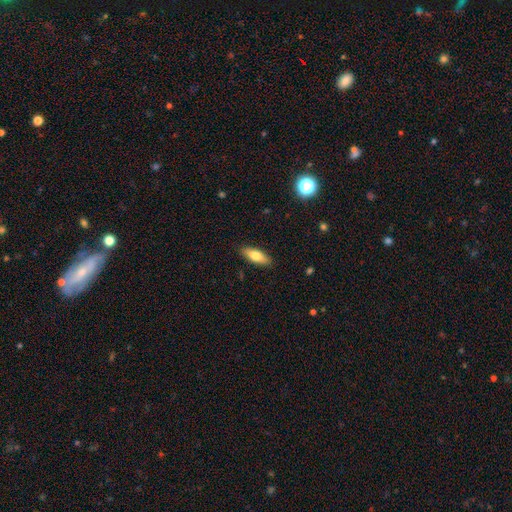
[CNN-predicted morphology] Overall: smooth (74%). How rounded: in between (67%; cigar-shaped 30%). Merging: none (89%).